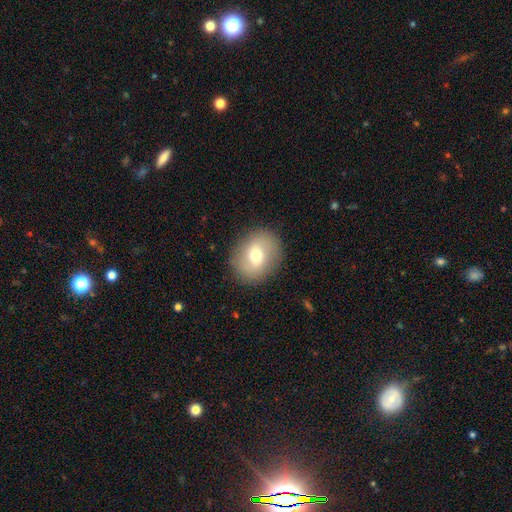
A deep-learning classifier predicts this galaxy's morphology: Q: Smooth or featured?
A: smooth (60%); runner-up: featured or disk (31%)
Q: How rounded?
A: round (67%); runner-up: in between (32%)
Q: Merging?
A: none (88%); runner-up: minor disturbance (8%)